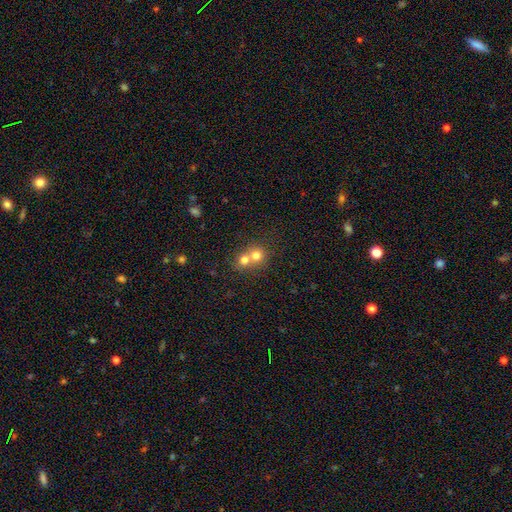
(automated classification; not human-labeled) Smooth or featured? Predicted: smooth (p=0.73). How rounded? Predicted: round (p=0.84). Merging? Predicted: merger (p=0.62).